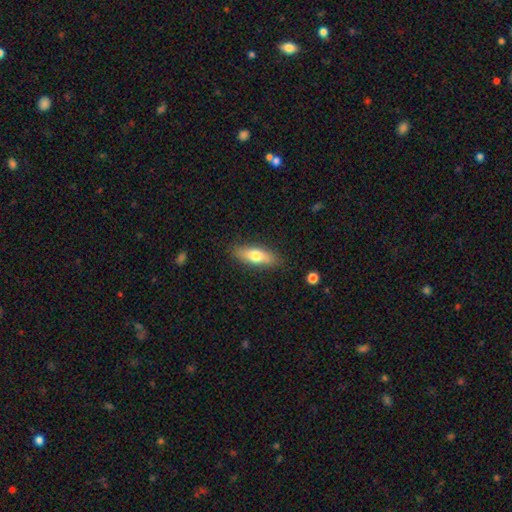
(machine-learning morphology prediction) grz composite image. It shows a smooth galaxy with no disk features (69%) that is in between round and cigar-shaped (59%). Merging: none (85%).